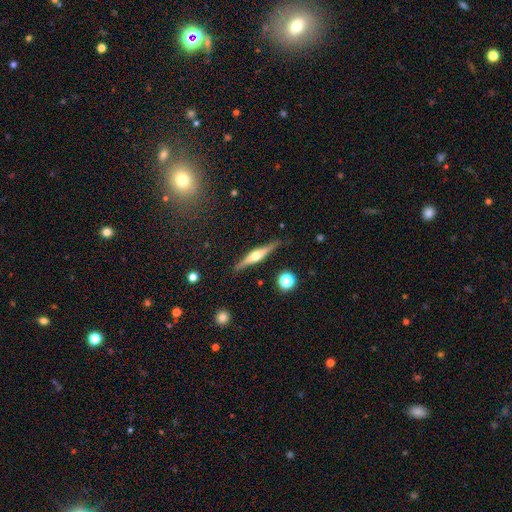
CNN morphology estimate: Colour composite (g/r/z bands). It shows a featured or disk galaxy (74%) viewed edge-on (97%) with a rounded central bulge (92%). Merging: none (86%).